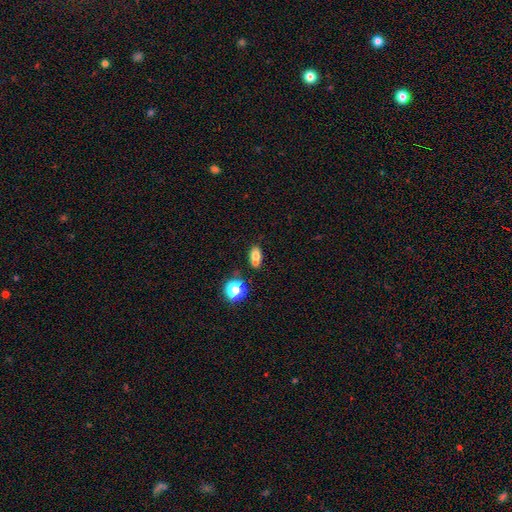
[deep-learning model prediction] smooth-or-featured: smooth: 72% | featured or disk: 14% | star or artifact: 14%
  how-rounded: in between: 74% | round: 23% | cigar-shaped: 4%
  merging: none: 44% | merger: 40% | minor disturbance: 12% | major disturbance: 4%